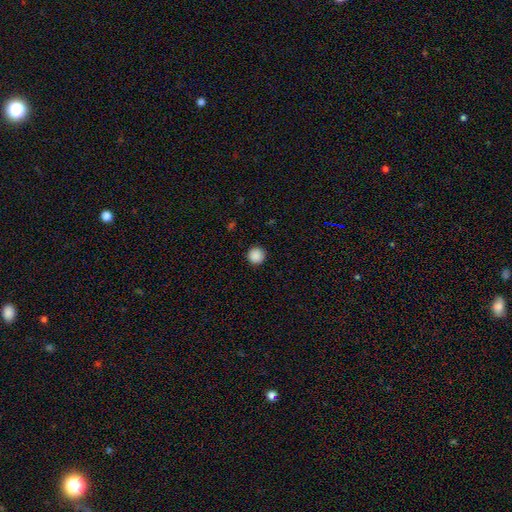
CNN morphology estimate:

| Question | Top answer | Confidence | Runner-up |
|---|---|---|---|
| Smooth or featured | smooth | 88% | star or artifact (9%) |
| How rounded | round | 95% | in between (4%) |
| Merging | none | 92% | minor disturbance (6%) |